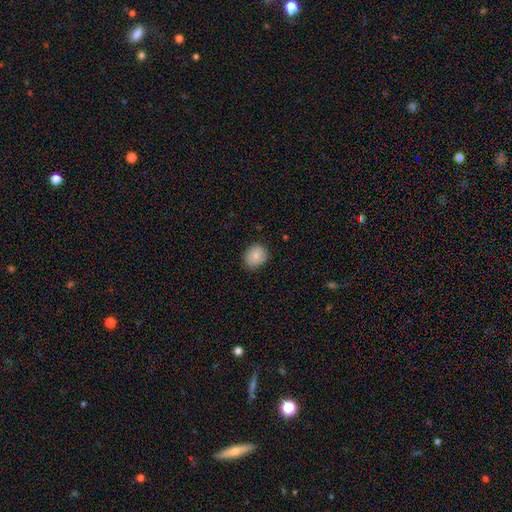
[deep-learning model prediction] A smooth galaxy with no disk features (83%) that is round (71%). Merging: none (78%).